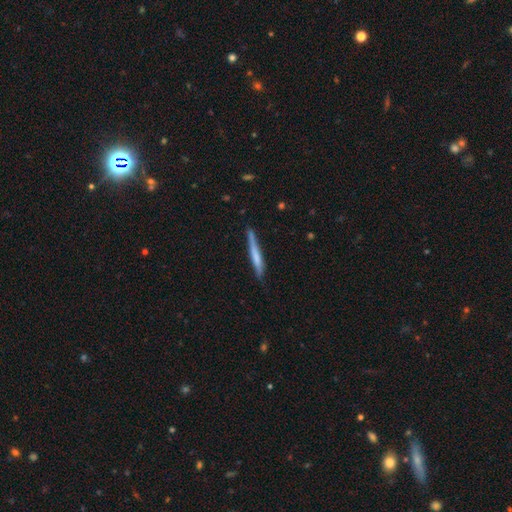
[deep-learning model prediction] smooth-or-featured: smooth: 55% | featured or disk: 40% | star or artifact: 6%
  how-rounded: cigar-shaped: 95% | in between: 3% | round: 1%
  merging: none: 77% | minor disturbance: 18% | major disturbance: 3% | merger: 2%